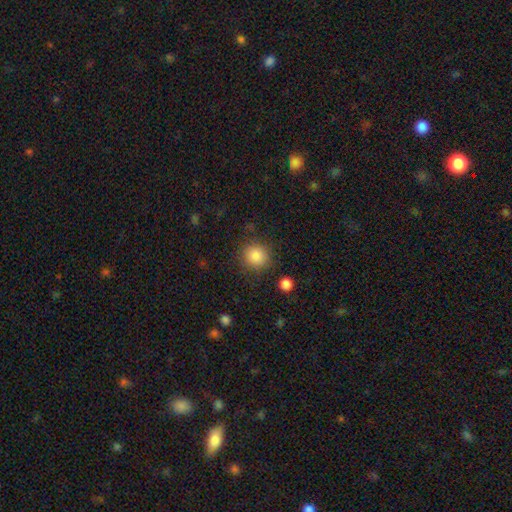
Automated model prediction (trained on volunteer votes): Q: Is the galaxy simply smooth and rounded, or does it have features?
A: smooth — 86%.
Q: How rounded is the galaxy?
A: round — 86%.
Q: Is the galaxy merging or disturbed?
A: none — 85%.